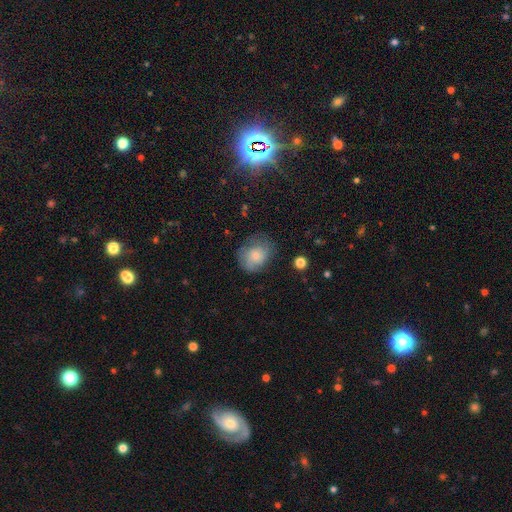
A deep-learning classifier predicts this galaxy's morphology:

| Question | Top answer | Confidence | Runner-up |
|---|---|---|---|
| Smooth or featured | smooth | 65% | featured or disk (27%) |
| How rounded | round | 59% | in between (40%) |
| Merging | none | 60% | minor disturbance (26%) |